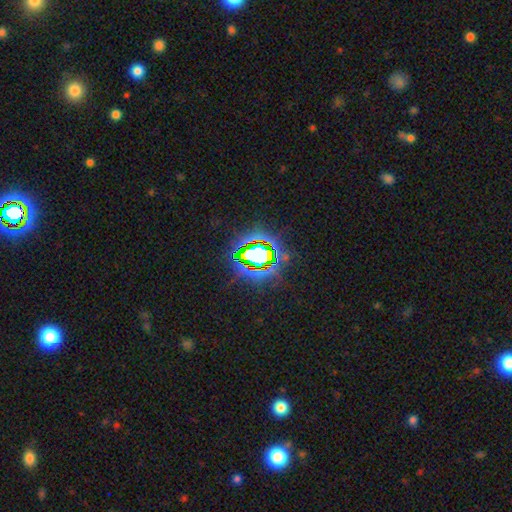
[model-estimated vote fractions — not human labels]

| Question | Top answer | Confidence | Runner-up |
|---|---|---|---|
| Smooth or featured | star or artifact | 75% | smooth (13%) |